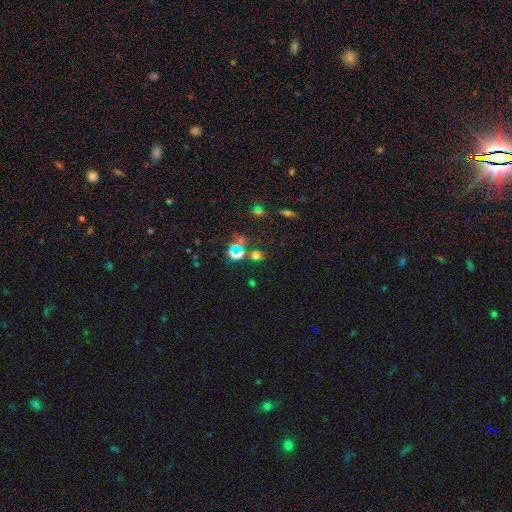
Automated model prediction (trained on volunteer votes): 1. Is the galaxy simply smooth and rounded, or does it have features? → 55% star or artifact, 36% smooth, 9% featured or disk.